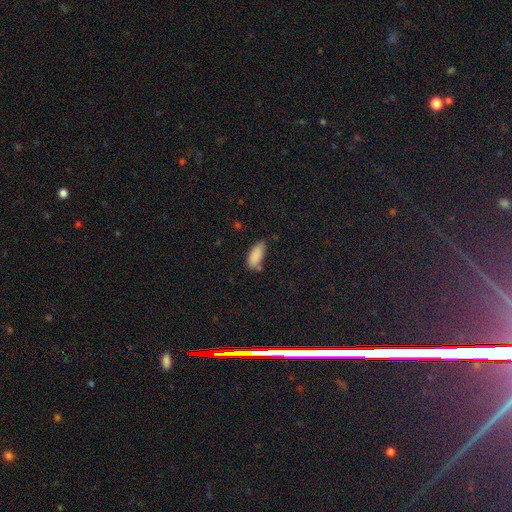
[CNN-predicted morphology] Smooth or featured?
  - smooth: 87% *
  - star or artifact: 8%
  - featured or disk: 5%
How rounded?
  - in between: 83% *
  - cigar-shaped: 15%
  - round: 2%
Merging?
  - none: 59% *
  - minor disturbance: 29%
  - major disturbance: 6%
  - merger: 6%